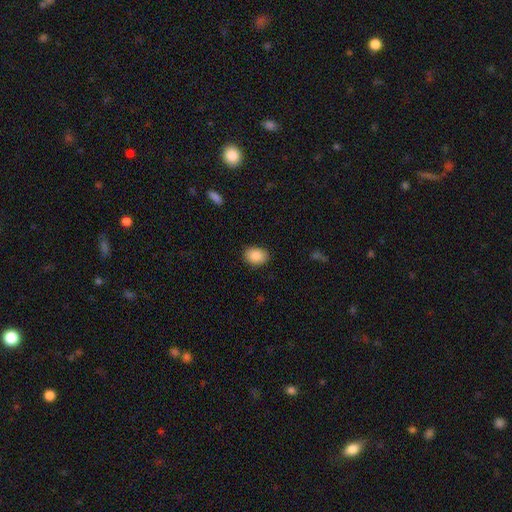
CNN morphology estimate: Overall: smooth (88%). How rounded: in between (70%). Merging: none (88%).